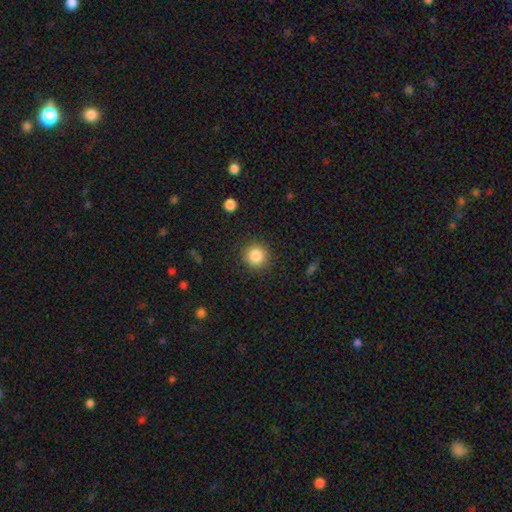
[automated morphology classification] Smooth or featured? Predicted: smooth (p=0.85). How rounded? Predicted: round (p=0.94). Merging? Predicted: none (p=0.90).